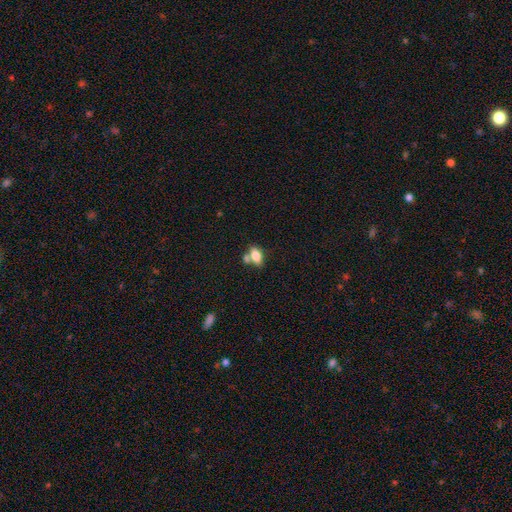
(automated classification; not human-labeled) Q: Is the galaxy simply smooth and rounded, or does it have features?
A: smooth — 78%.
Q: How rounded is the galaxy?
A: in between — 86%.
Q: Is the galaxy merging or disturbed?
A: none — 48%.